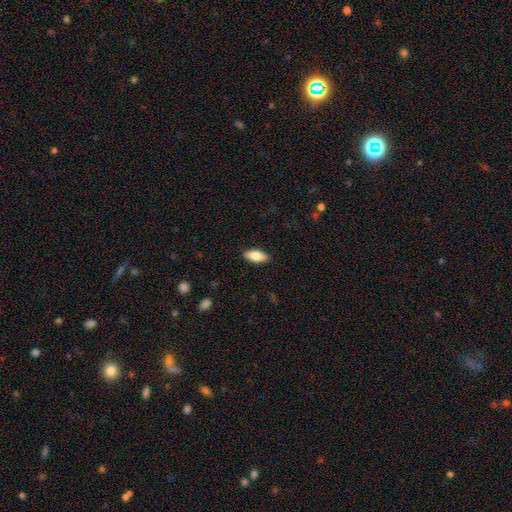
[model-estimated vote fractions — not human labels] A smooth galaxy with no disk features (81%) that is in between round and cigar-shaped (85%).

Vote fractions:
- Smooth or featured? smooth: 81% / featured or disk: 12% / star or artifact: 6%
- How rounded? in between: 85% / cigar-shaped: 13% / round: 2%
- Merging? none: 88% / minor disturbance: 9% / major disturbance: 2% / merger: 1%